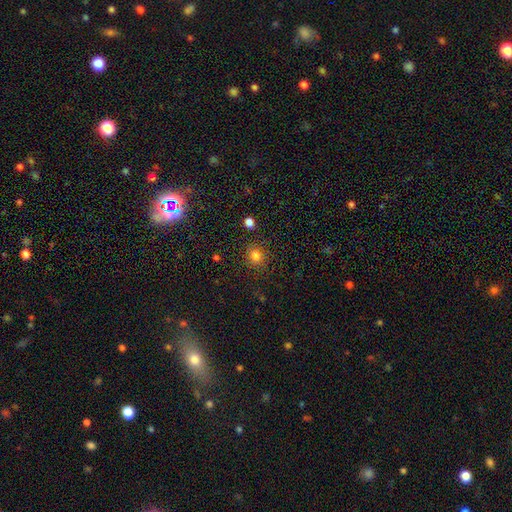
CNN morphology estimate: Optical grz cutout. It shows a smooth galaxy with no disk features (81%) that is round (85%). Merging: none (88%).